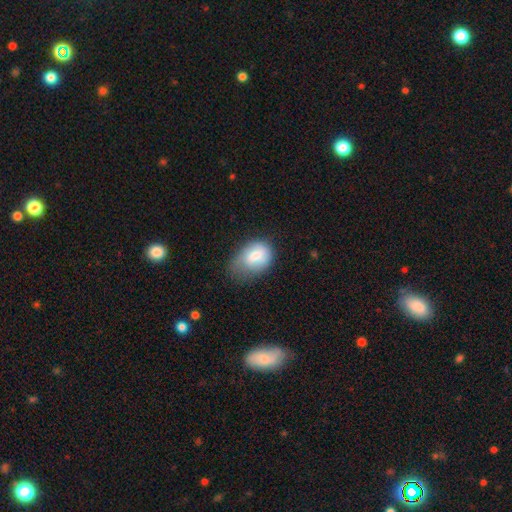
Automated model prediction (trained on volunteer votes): Smooth or featured: smooth — 76% (featured or disk — 17%)
How rounded: in between — 75% (round — 24%)
Merging: minor disturbance — 43% (none — 34%)